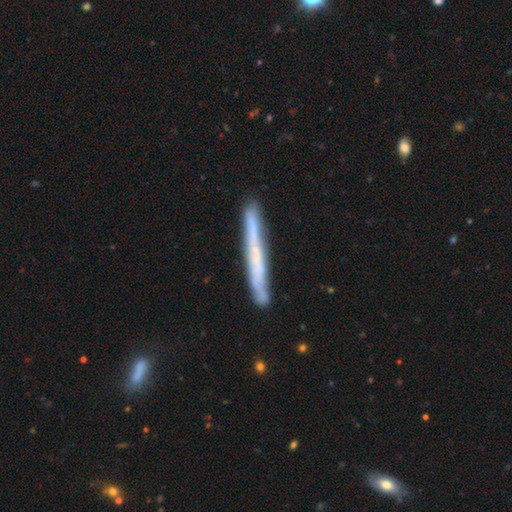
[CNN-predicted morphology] Q: Smooth or featured?
A: featured or disk (48%); runner-up: smooth (45%)
Q: Merging?
A: none (87%); runner-up: minor disturbance (10%)